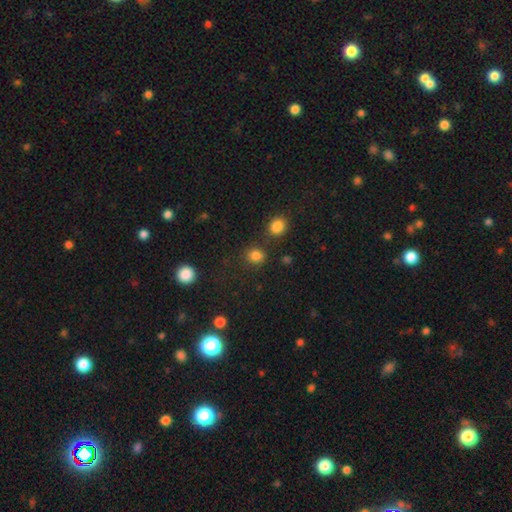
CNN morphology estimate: This is clearly a smooth galaxy (82%). How rounded: likely round (77%). Merging: likely none (77%).